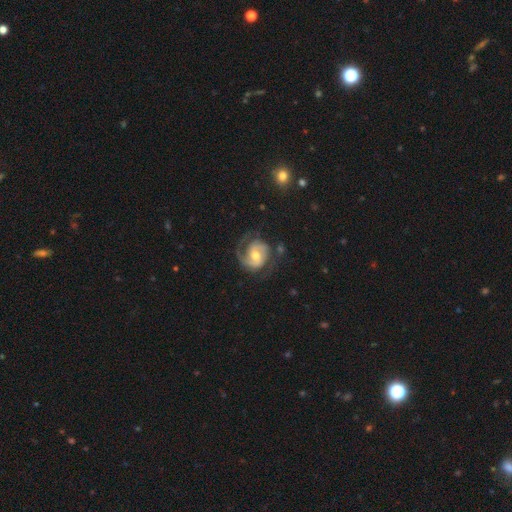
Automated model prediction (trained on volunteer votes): Smooth or featured: featured or disk — 85% (smooth — 10%)
Edge-on disk: no — 98% (yes — 2%)
Bar: no — 46% (weak — 42%)
Spiral arms: yes — 96% (no — 4%)
Spiral winding: medium — 44% (tight — 41%)
Spiral arm count: 2 — 76% (1 — 12%)
Bulge size: moderate — 67% (small — 25%)
Merging: none — 66% (minor disturbance — 19%)